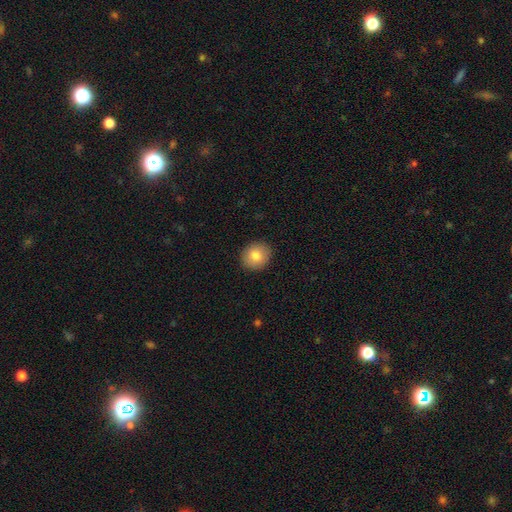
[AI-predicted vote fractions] Morphology: type=smooth (81%); roundness=round (82%); merging=none (91%).